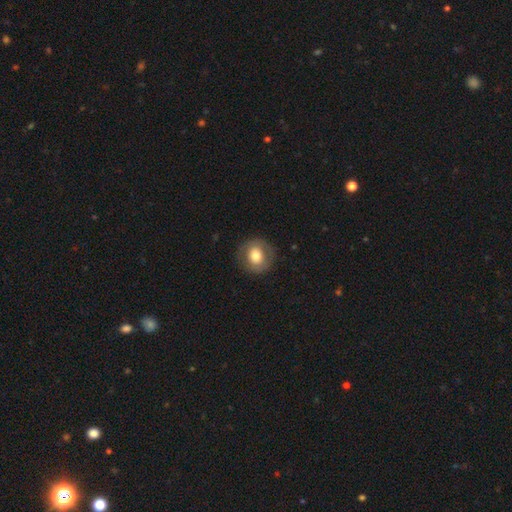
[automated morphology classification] smooth 69%, featured or disk 23%, star or artifact 8%. Down the decision tree: how rounded — round (85%); merging — none (82%).